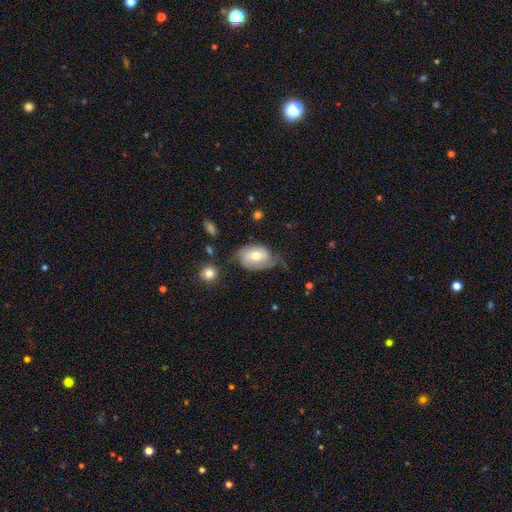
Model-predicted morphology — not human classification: A smooth galaxy with no disk features (51%) that is in between round and cigar-shaped (80%).

Vote fractions:
- Smooth or featured? smooth: 51% / featured or disk: 42% / star or artifact: 7%
- How rounded? in between: 80% / round: 18% / cigar-shaped: 1%
- Merging? none: 36% (tied) / minor disturbance: 36% (tied) / major disturbance: 25% / merger: 3%